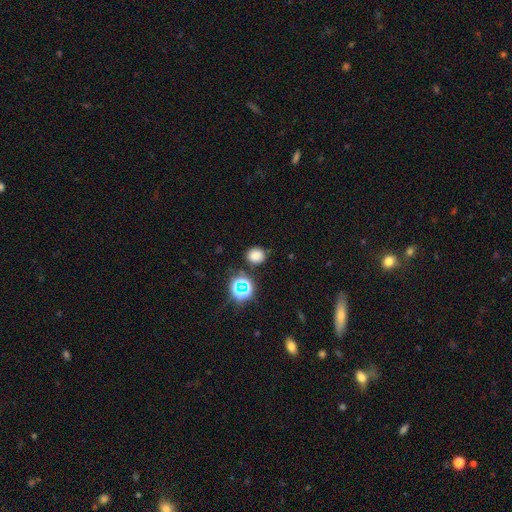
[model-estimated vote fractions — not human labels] Smooth or featured?
  - smooth: 75% *
  - star or artifact: 20%
  - featured or disk: 6%
How rounded?
  - round: 78% *
  - in between: 21%
  - cigar-shaped: 1%
Merging?
  - none: 81% *
  - minor disturbance: 11%
  - merger: 4%
  - major disturbance: 3%